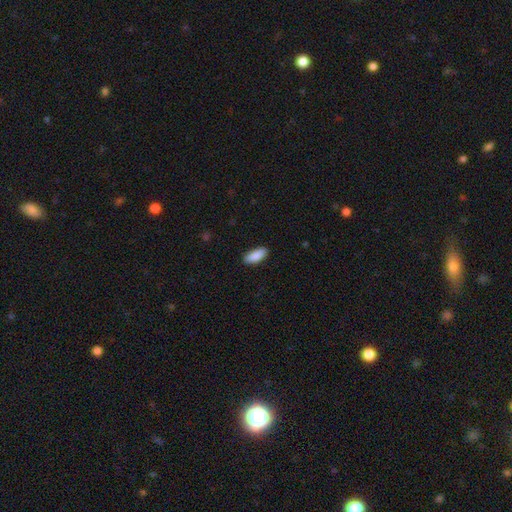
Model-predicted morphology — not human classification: Smooth or featured?
  - smooth: 88% *
  - star or artifact: 6%
  - featured or disk: 6%
How rounded?
  - in between: 79% *
  - cigar-shaped: 19%
  - round: 2%
Merging?
  - none: 88% *
  - minor disturbance: 9%
  - major disturbance: 2%
  - merger: 1%